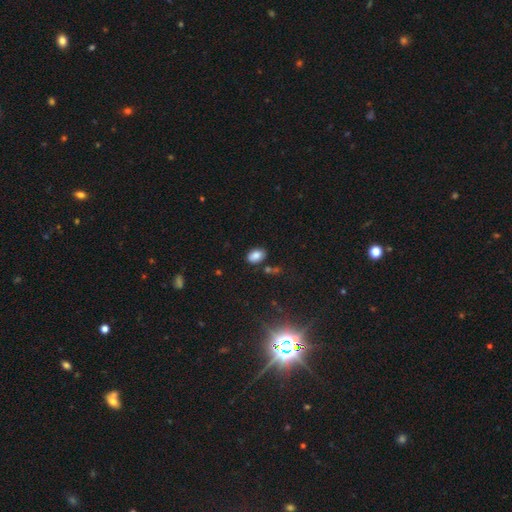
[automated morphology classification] This is clearly a smooth galaxy (84%). How rounded: clearly in between (86%). Merging: likely none (80%).